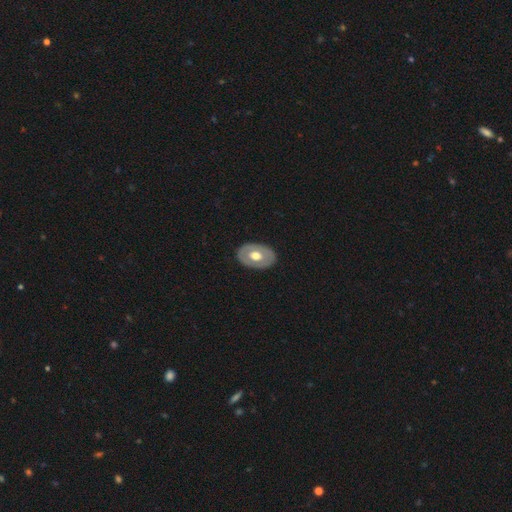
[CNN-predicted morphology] This is possibly a featured or disk galaxy (49%). Merging: clearly none (86%).